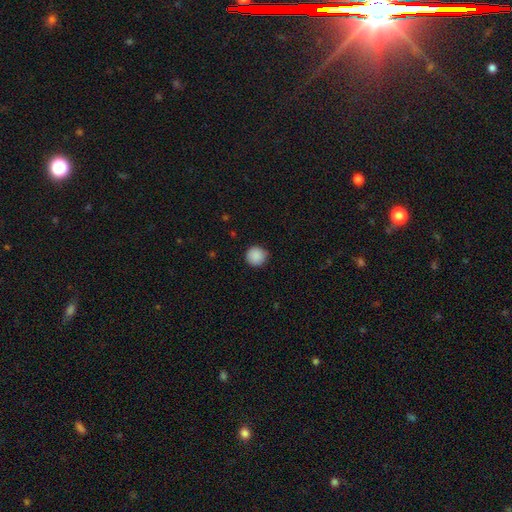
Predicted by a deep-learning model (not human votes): The model was most divided on "merging": none: 88%, minor disturbance: 9%, major disturbance: 2%, merger: 1%. More confident: how rounded — round (95%); smooth or featured — smooth (89%).